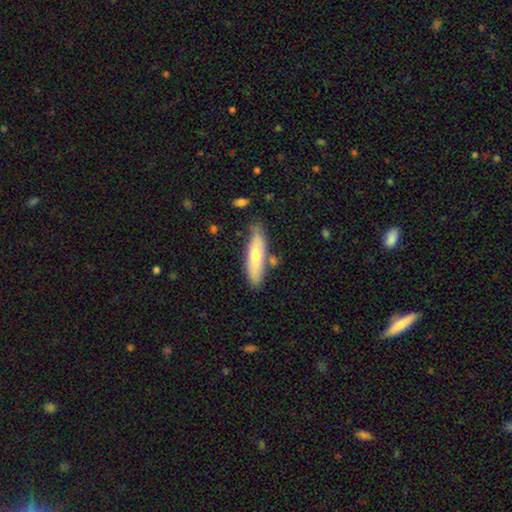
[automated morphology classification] This appears to be a smooth galaxy with no disk features (62%) that is cigar-shaped (68%). Merging: none (74%).